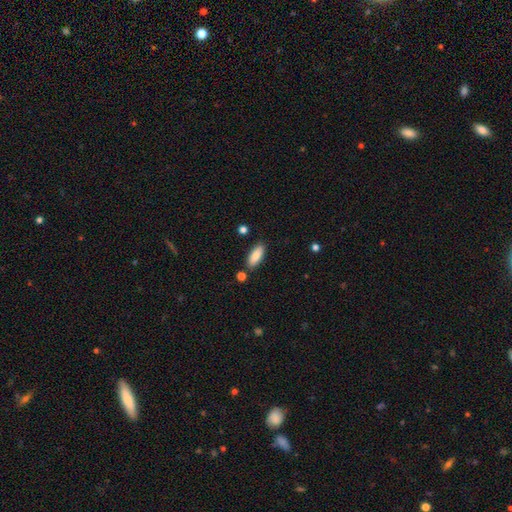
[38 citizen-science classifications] smooth_or_featured: smooth (p=0.89) [alt: featured or disk p=0.05]
how_rounded: in between (p=0.71) [alt: cigar-shaped p=0.26]
merging: none (p=0.75) [alt: minor disturbance p=0.14]